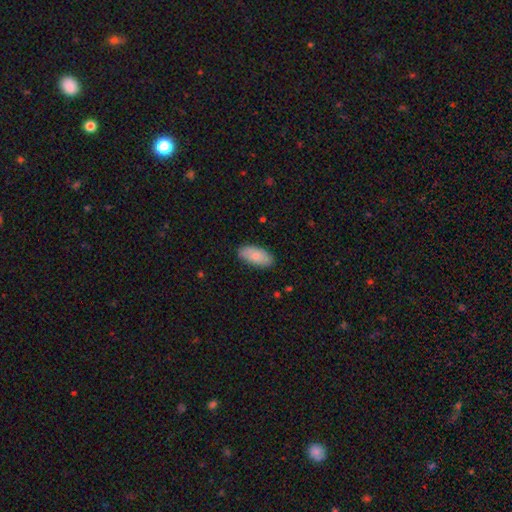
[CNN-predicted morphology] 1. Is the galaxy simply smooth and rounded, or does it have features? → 81% smooth, 14% featured or disk, 6% star or artifact.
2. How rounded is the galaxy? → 92% in between, 6% cigar-shaped, 2% round.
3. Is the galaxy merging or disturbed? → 86% none, 11% minor disturbance, 2% major disturbance, 1% merger.